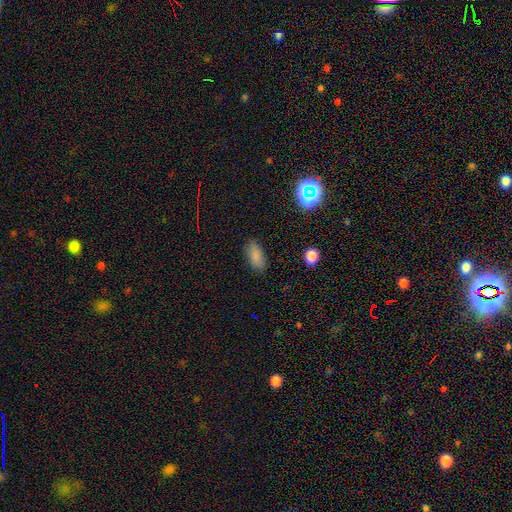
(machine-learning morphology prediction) Smooth or featured? Predicted: smooth (p=0.83). How rounded? Predicted: in between (p=0.88). Merging? Predicted: none (p=0.85).